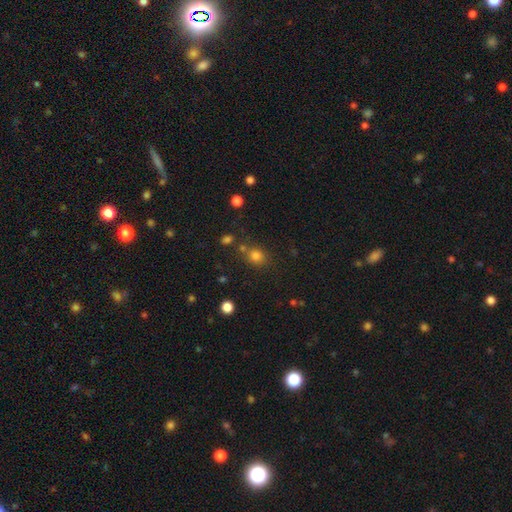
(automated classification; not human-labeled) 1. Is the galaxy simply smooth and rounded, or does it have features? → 78% smooth, 16% star or artifact, 6% featured or disk.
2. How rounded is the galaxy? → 73% round, 26% in between, 1% cigar-shaped.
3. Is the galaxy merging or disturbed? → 70% none, 14% merger, 12% minor disturbance, 5% major disturbance.